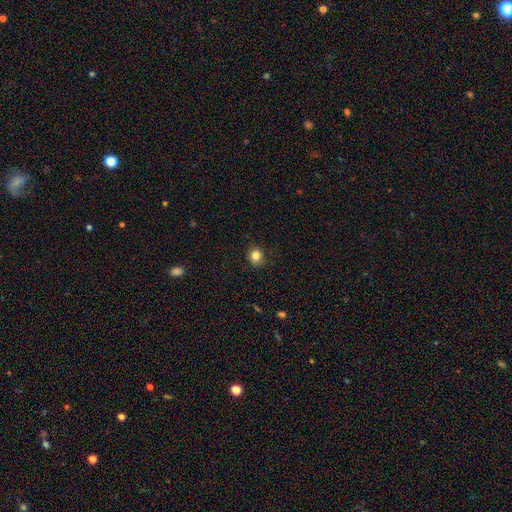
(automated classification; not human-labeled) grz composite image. It shows a smooth galaxy with no disk features (83%) that is round (82%). Merging: none (88%).